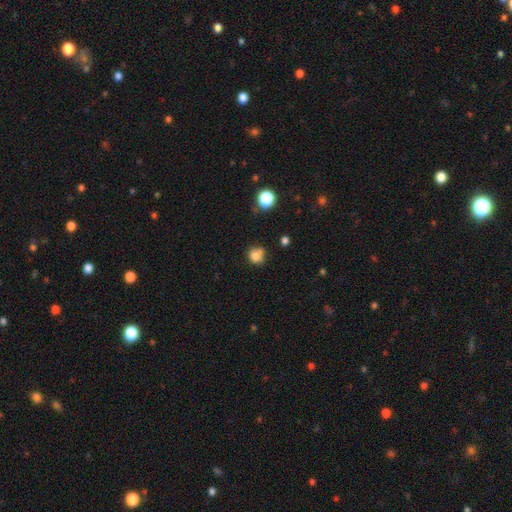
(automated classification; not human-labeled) Q: Smooth or featured?
A: smooth (78%); runner-up: star or artifact (13%)
Q: How rounded?
A: round (78%); runner-up: in between (21%)
Q: Merging?
A: none (53%); runner-up: minor disturbance (22%)